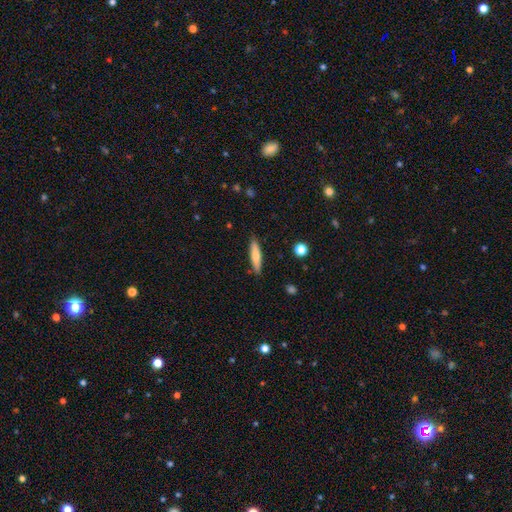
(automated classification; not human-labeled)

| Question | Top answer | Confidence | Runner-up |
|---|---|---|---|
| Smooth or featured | smooth | 65% | featured or disk (29%) |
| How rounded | cigar-shaped | 80% | in between (19%) |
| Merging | none | 87% | minor disturbance (9%) |